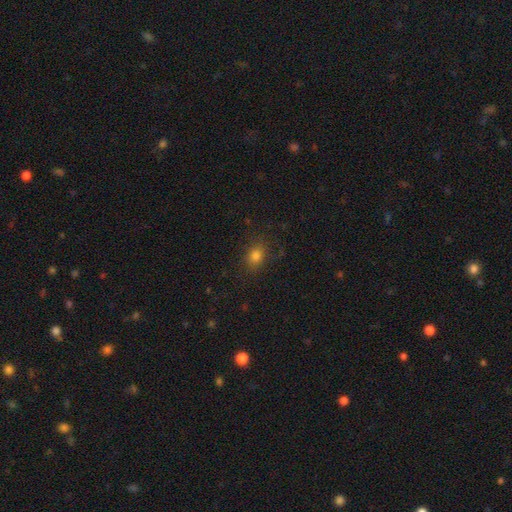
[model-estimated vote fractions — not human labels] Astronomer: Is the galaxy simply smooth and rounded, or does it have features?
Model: smooth — 79%.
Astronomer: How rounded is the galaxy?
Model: in between — 53% (runner-up: round, 45%).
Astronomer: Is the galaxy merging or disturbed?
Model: none — 80%.